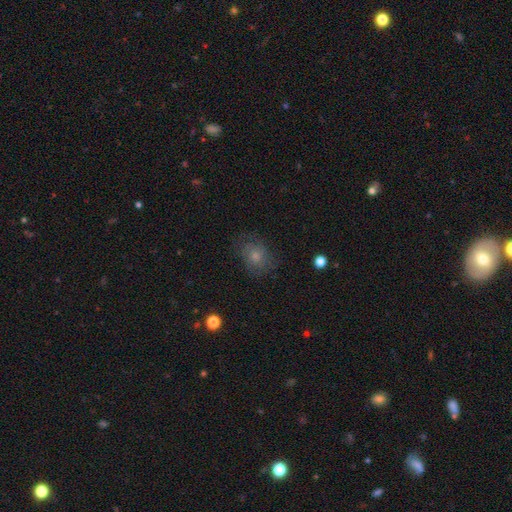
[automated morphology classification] smooth 58%, featured or disk 30%, star or artifact 12%. Down the decision tree: how rounded — round (53%); merging — none (68%).